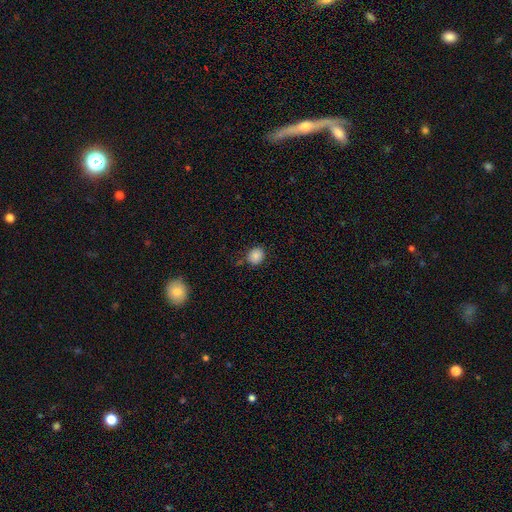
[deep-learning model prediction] The model was most divided on "how rounded": round: 70%, in between: 29%, cigar-shaped: 1%. More confident: smooth or featured — smooth (85%); merging — none (77%).